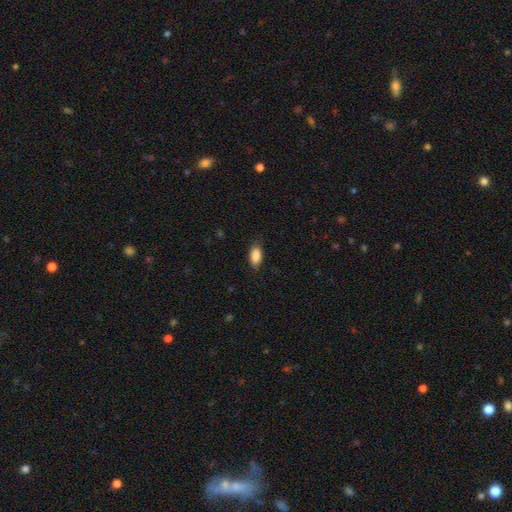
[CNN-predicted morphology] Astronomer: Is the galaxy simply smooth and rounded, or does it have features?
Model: smooth — 89%.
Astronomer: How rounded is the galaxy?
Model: in between — 91%.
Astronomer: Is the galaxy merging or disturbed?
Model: none — 82%.